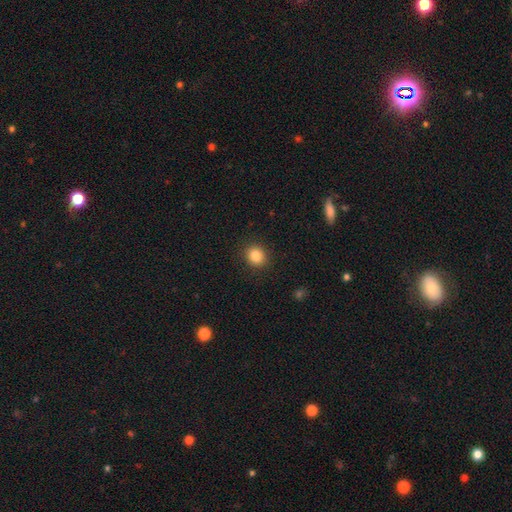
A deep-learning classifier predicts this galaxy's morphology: Overall: smooth (85%). How rounded: round (77%). Merging: none (90%).